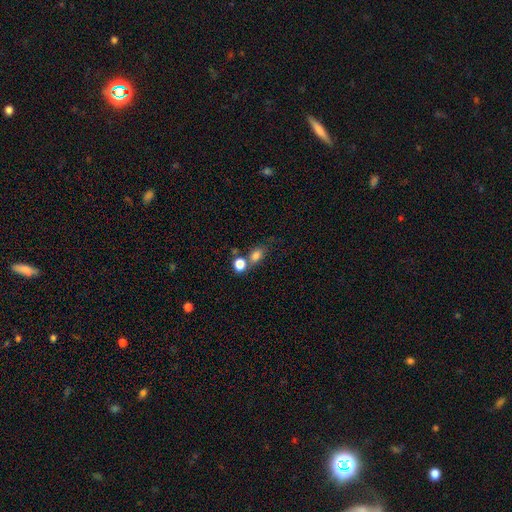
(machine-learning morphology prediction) Smooth or featured? smooth (80%)
How rounded? in between (64%)
Merging? none (47%)